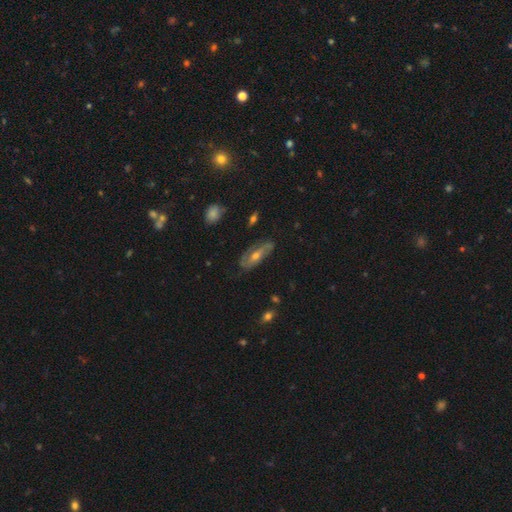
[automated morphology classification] The model was most divided on "bulge size": moderate: 57%, small: 38%, large: 3%, none: 1%, dominant: 1%. More confident: edge-on disk — no (77%); spiral arms — yes (76%); merging — none (70%); smooth or featured — featured or disk (65%); bar — no (54%).